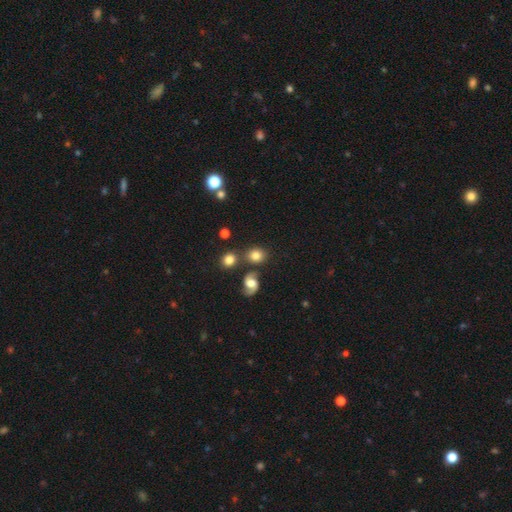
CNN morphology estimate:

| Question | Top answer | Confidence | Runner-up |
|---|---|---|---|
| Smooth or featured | smooth | 75% | featured or disk (15%) |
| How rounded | round | 74% | in between (24%) |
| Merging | none | 69% | merger (15%) |